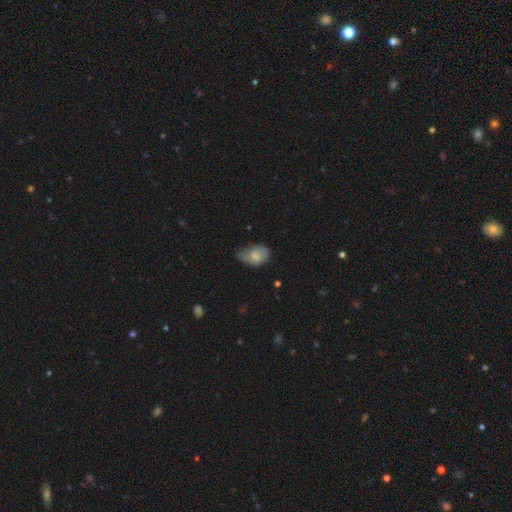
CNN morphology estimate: Q: Smooth or featured?
A: smooth (66%); runner-up: featured or disk (26%)
Q: How rounded?
A: in between (80%); runner-up: round (18%)
Q: Merging?
A: minor disturbance (43%); runner-up: none (38%)